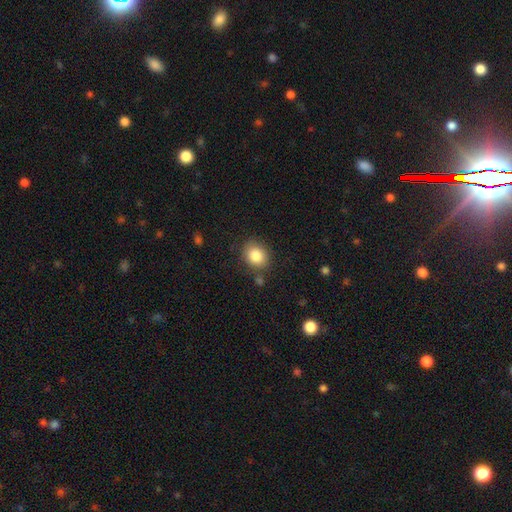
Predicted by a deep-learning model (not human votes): The model was most divided on "how rounded": round: 66%, in between: 33%, cigar-shaped: 1%. More confident: smooth or featured — smooth (84%); merging — none (81%).